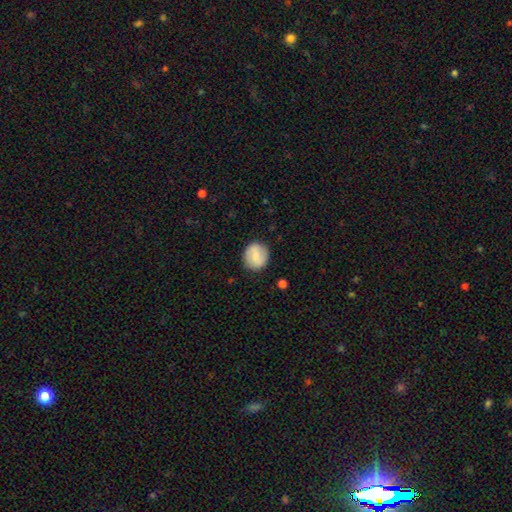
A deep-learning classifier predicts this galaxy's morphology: This is likely a smooth galaxy (72%). How rounded: clearly round (81%). Merging: clearly none (86%).